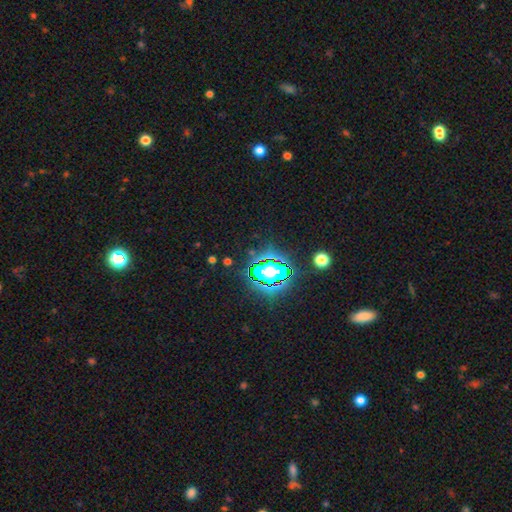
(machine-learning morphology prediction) The model was most divided on "smooth or featured": star or artifact: 81%, smooth: 11%, featured or disk: 7%.